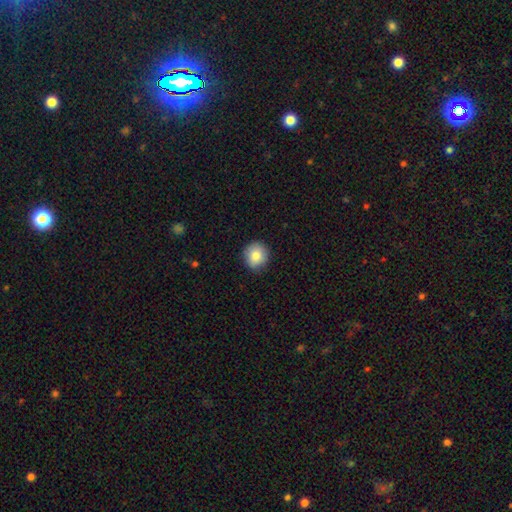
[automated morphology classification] This is clearly a smooth galaxy (84%). How rounded: clearly round (86%). Merging: clearly none (86%).